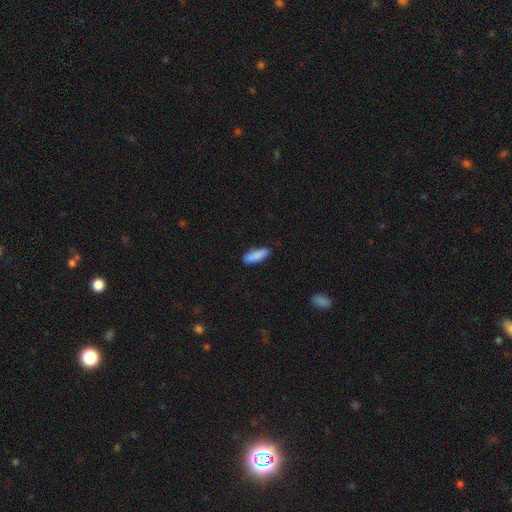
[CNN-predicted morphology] Q: Smooth or featured?
A: smooth (88%); runner-up: star or artifact (6%)
Q: How rounded?
A: in between (66%); runner-up: cigar-shaped (33%)
Q: Merging?
A: none (77%); runner-up: minor disturbance (18%)